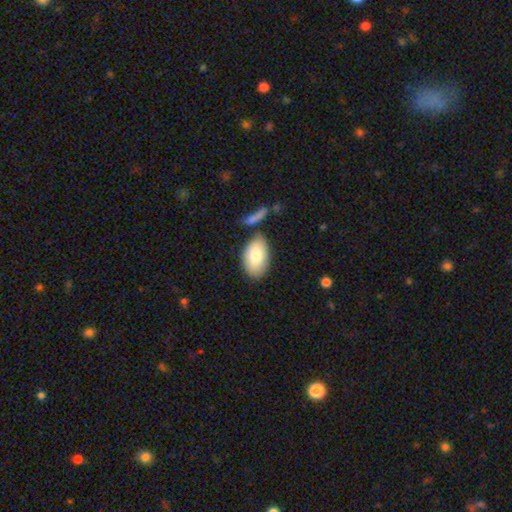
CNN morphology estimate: A smooth galaxy with no disk features (82%) that is in between round and cigar-shaped (94%).

Vote fractions:
- Smooth or featured? smooth: 82% / featured or disk: 12% / star or artifact: 6%
- How rounded? in between: 94% / round: 5% / cigar-shaped: 1%
- Merging? none: 74% / minor disturbance: 14% / merger: 8% / major disturbance: 4%